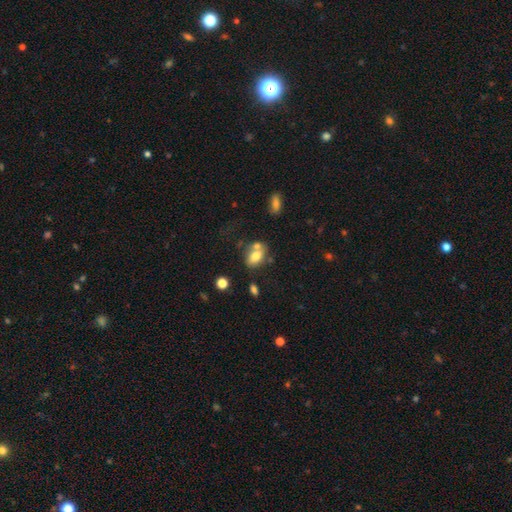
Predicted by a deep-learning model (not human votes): This appears to be a smooth galaxy with no disk features (74%) that is in between round and cigar-shaped (85%). Merging: none (45%).